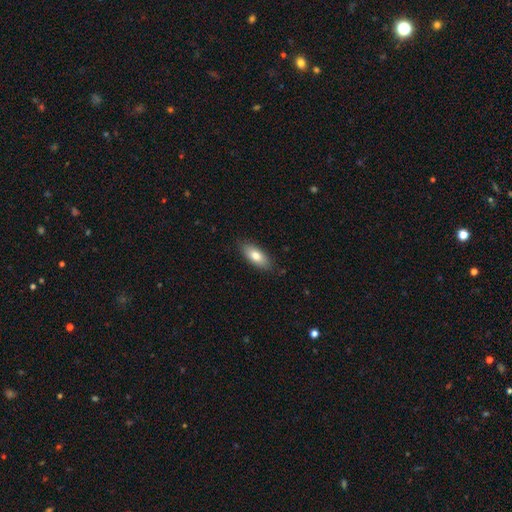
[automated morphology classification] This is likely a smooth galaxy (78%). How rounded: clearly in between (83%). Merging: clearly none (85%).